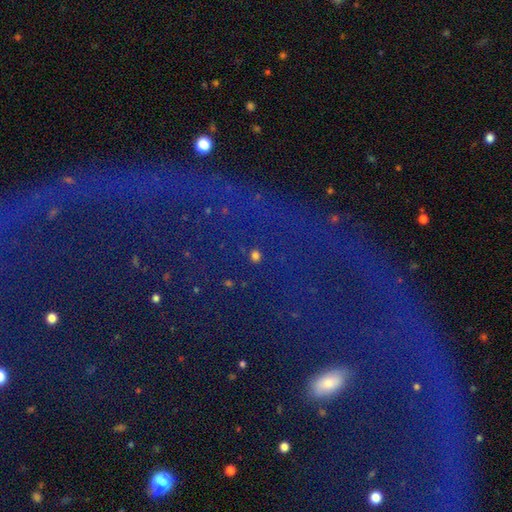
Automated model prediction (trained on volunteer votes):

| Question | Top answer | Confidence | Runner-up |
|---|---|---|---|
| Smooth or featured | star or artifact | 69% | smooth (21%) |